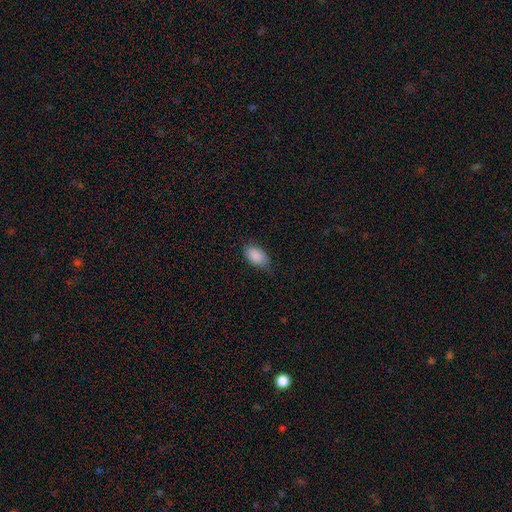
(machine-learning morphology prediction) smooth_or_featured: smooth (p=0.89) [alt: star or artifact p=0.07]
how_rounded: in between (p=0.93) [alt: round p=0.05]
merging: none (p=0.75) [alt: minor disturbance p=0.21]